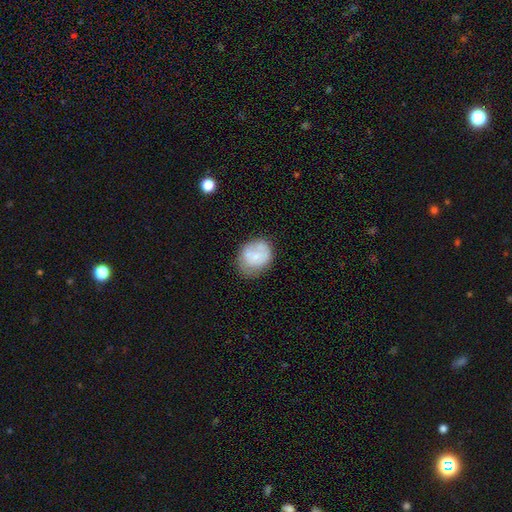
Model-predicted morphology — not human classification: Overall: smooth (63%; featured or disk 29%). How rounded: round (57%; in between 42%). Merging: none (52%; minor disturbance 29%).